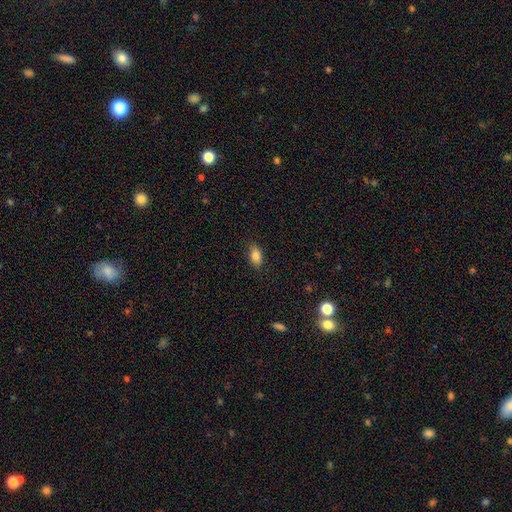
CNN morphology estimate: Smooth or featured: smooth — 83% (star or artifact — 9%)
How rounded: in between — 88% (round — 8%)
Merging: none — 84% (minor disturbance — 12%)